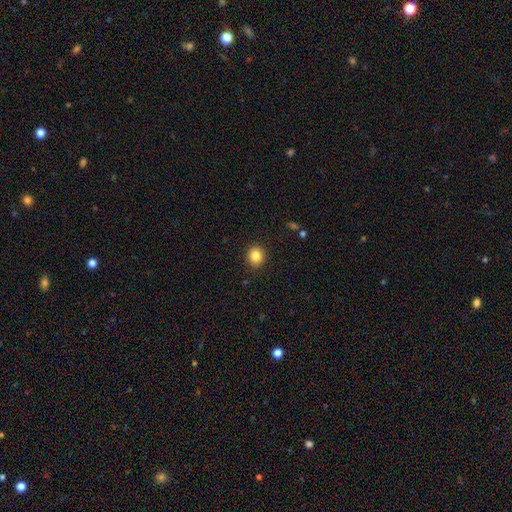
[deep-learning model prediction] Smooth or featured: smooth — 85% (star or artifact — 10%)
How rounded: round — 85% (in between — 14%)
Merging: none — 91% (minor disturbance — 6%)